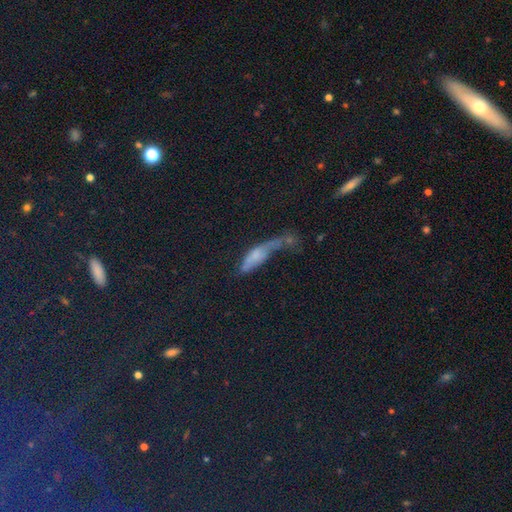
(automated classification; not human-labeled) The model was most divided on "merging": major disturbance: 34%, none: 26%, minor disturbance: 21%, merger: 20%. Remaining: smooth or featured — smooth (42%).